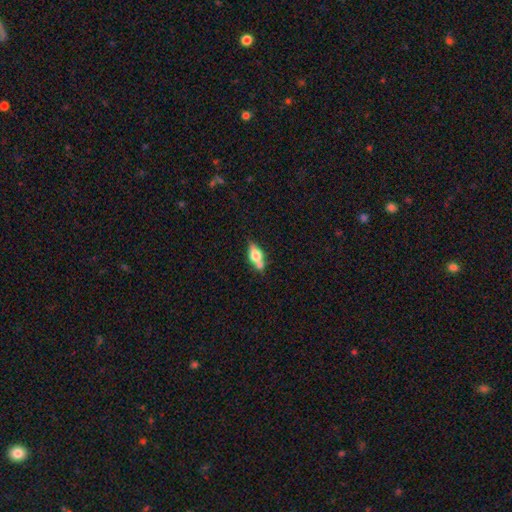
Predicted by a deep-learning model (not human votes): A smooth galaxy with no disk features (53%) that is in between round and cigar-shaped (69%). Merging: none (48%).